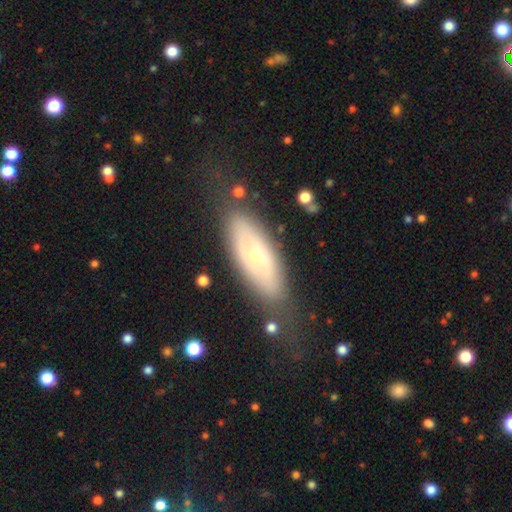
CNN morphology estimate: Smooth or featured? smooth (47%)
Merging? none (70%)